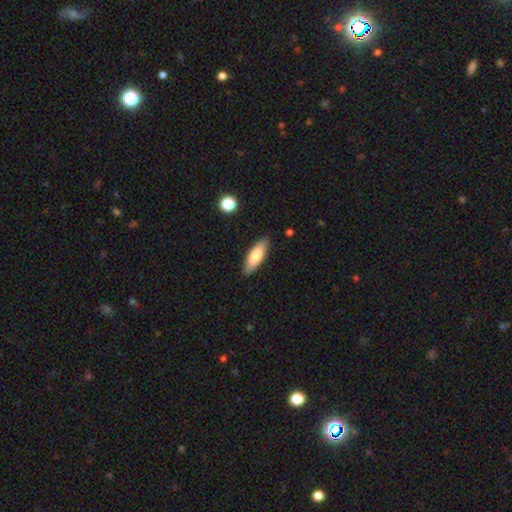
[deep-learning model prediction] smooth 77%, featured or disk 18%, star or artifact 6%. Down the decision tree: how rounded — in between (52%); merging — none (87%).